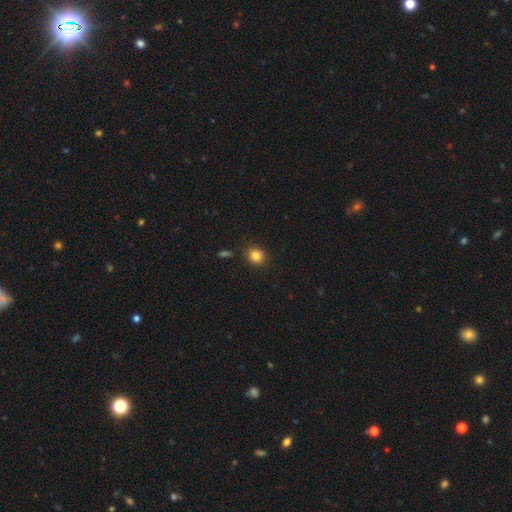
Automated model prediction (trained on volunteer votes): Morphology: type=smooth (84%); roundness=round (82%); merging=none (86%).